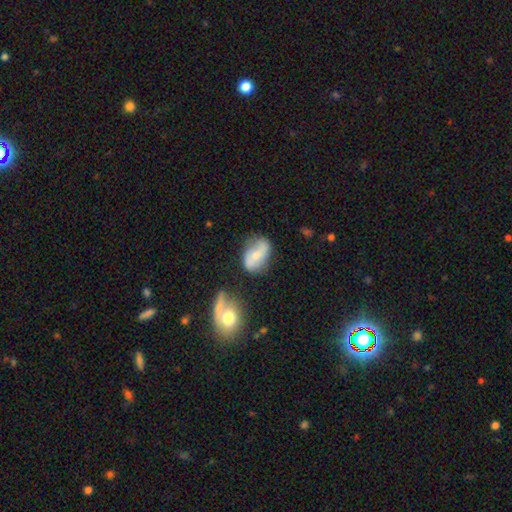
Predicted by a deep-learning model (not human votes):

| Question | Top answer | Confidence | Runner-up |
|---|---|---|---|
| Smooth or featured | featured or disk | 52% | smooth (40%) |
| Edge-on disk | no | 93% | yes (7%) |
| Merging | none | 61% | minor disturbance (23%) |